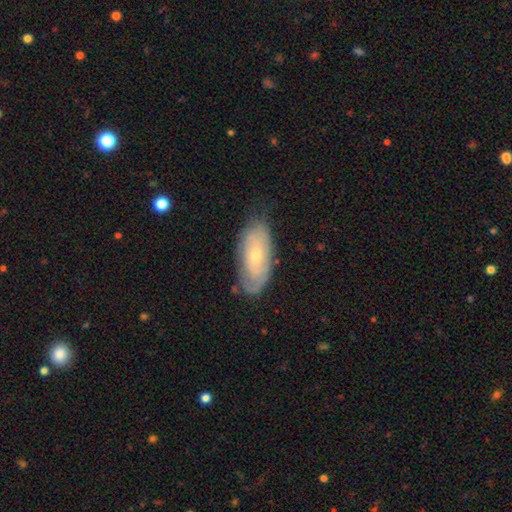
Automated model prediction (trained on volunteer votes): smooth-or-featured: featured or disk: 52% | smooth: 42% | star or artifact: 7%
  disk-edge-on: no: 87% | yes: 13%
  merging: none: 68% | minor disturbance: 24% | major disturbance: 6% | merger: 1%